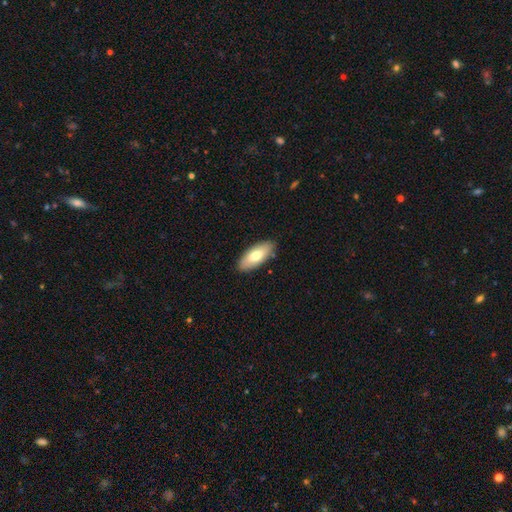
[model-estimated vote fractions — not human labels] This is likely a smooth galaxy (73%). How rounded: clearly in between (85%). Merging: clearly none (87%).